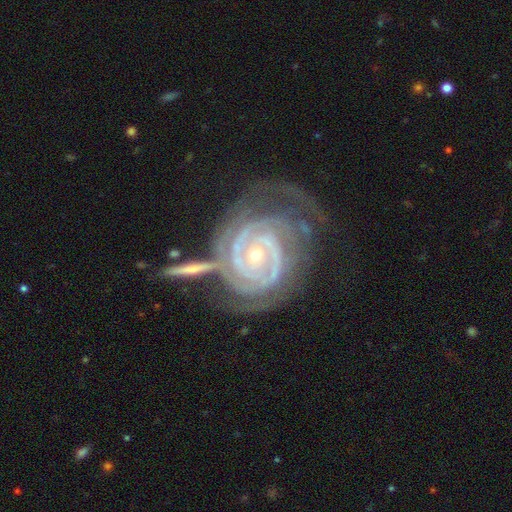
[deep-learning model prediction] A featured or disk galaxy (93%) with no bar (66%), 2 (37%) tight (82%) spiral arms (98%) and a small central bulge (75%). Merging: none (45%).